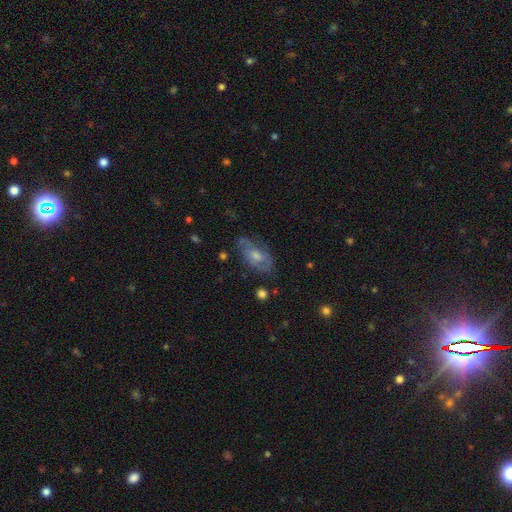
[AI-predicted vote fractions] featured or disk 62%, smooth 26%, star or artifact 11%. Down the decision tree: edge-on disk — no (91%); bar — no (62%); spiral arms — yes (75%); bulge size — moderate (53%); merging — none (69%).